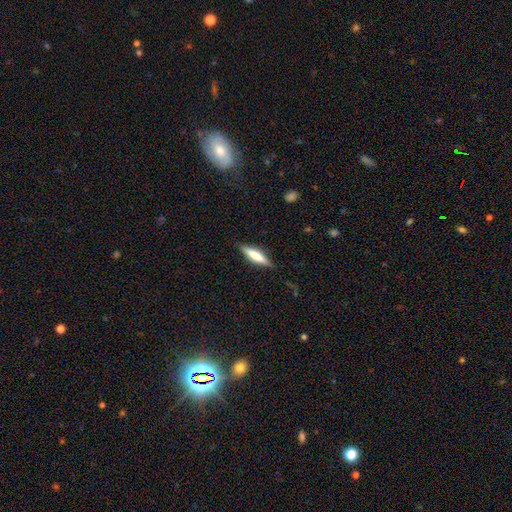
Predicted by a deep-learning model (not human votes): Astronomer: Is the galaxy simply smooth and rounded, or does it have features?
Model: smooth — 65%.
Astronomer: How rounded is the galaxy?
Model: cigar-shaped — 76%.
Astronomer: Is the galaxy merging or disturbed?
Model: none — 86%.